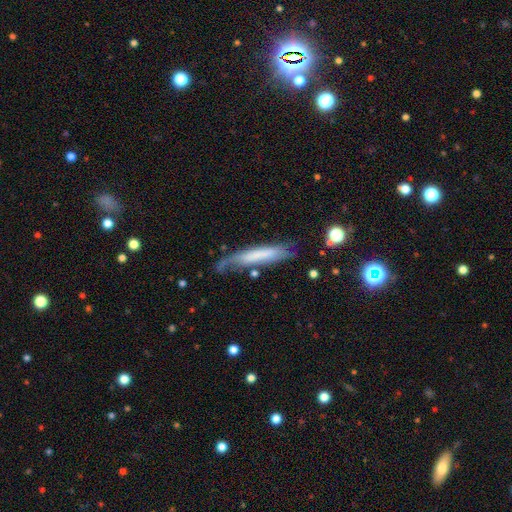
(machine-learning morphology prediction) Smooth or featured: smooth — 51% (featured or disk — 40%)
How rounded: cigar-shaped — 85% (in between — 14%)
Merging: none — 51% (minor disturbance — 29%)